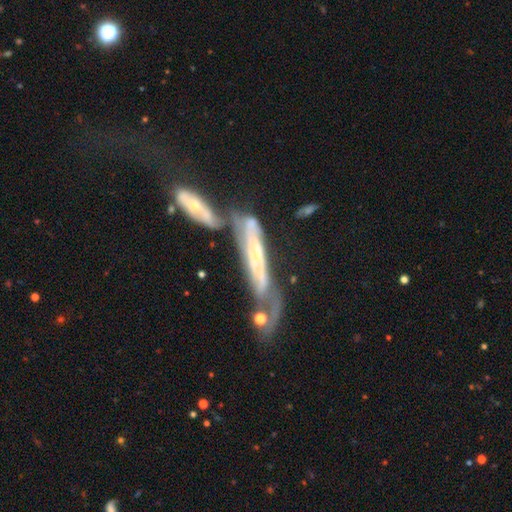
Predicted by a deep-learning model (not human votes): A featured or disk galaxy (68%).

Vote fractions:
- Smooth or featured? featured or disk: 68% / smooth: 24% / star or artifact: 8%
- Edge-on disk? no: 55% / yes: 45%
- Merging? merger: 47% / none: 21% / major disturbance: 17% / minor disturbance: 14%